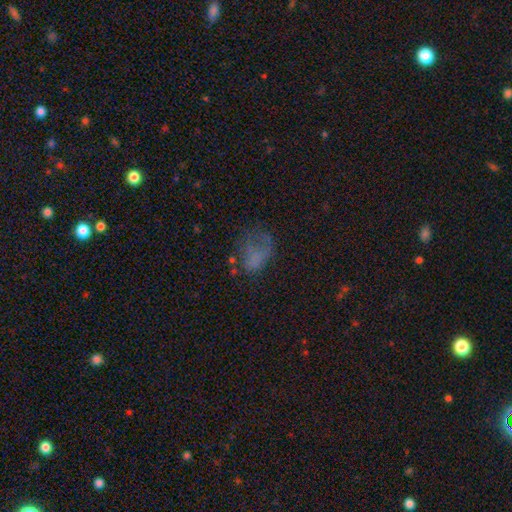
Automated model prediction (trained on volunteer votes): Q: Smooth or featured?
A: smooth (52%); runner-up: featured or disk (28%)
Q: How rounded?
A: in between (73%); runner-up: round (25%)
Q: Merging?
A: major disturbance (37%); runner-up: none (36%)